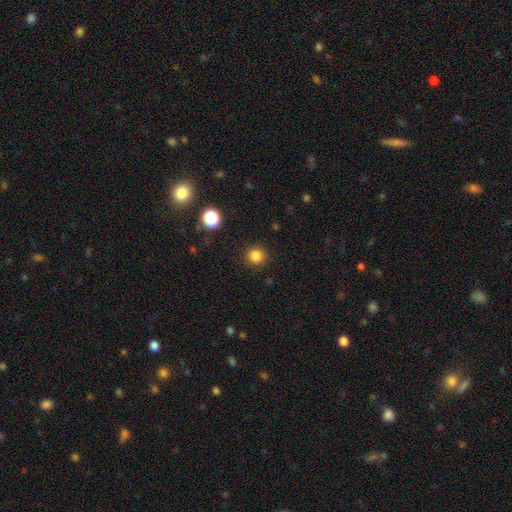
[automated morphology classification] smooth 84%, star or artifact 13%, featured or disk 4%. Down the decision tree: how rounded — round (94%); merging — none (91%).